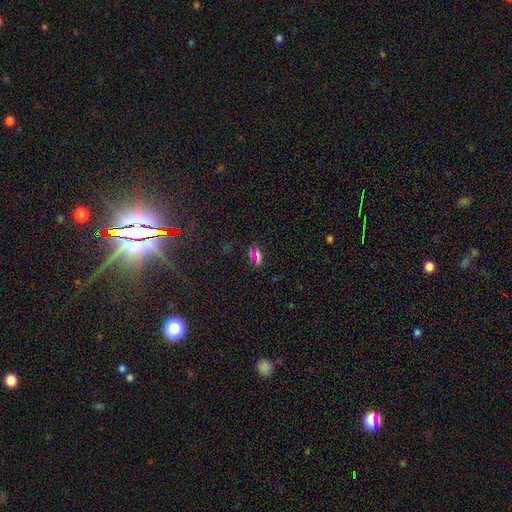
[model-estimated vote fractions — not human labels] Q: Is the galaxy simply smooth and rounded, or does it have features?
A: smooth — 47%.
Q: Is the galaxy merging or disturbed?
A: none — 75%.